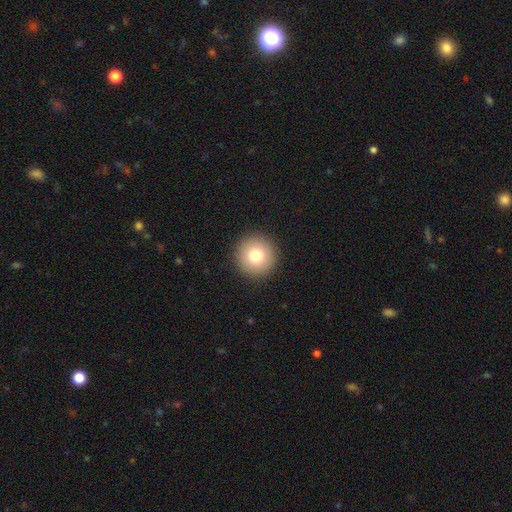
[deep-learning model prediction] Morphology: type=smooth (77%); roundness=round (96%); merging=none (93%).